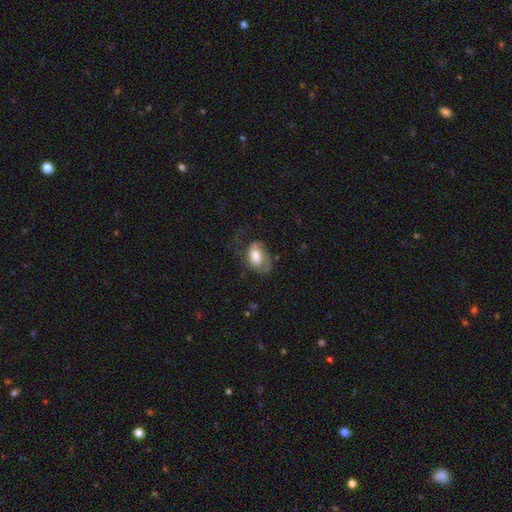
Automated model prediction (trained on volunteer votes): Smooth or featured: featured or disk — 52% (smooth — 42%)
Edge-on disk: no — 95% (yes — 5%)
Merging: none — 42% (major disturbance — 33%)